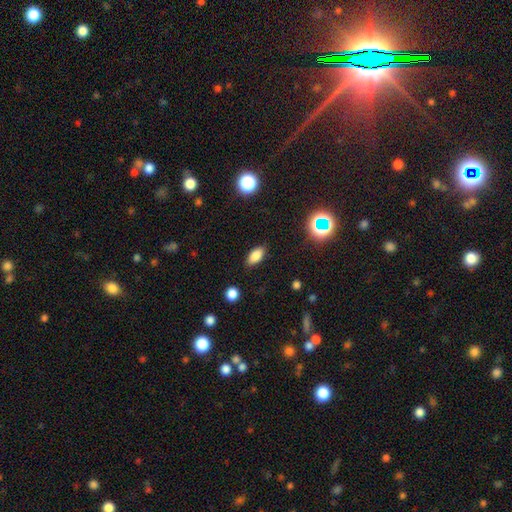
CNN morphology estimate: Smooth or featured? smooth (81%)
How rounded? in between (88%)
Merging? none (86%)